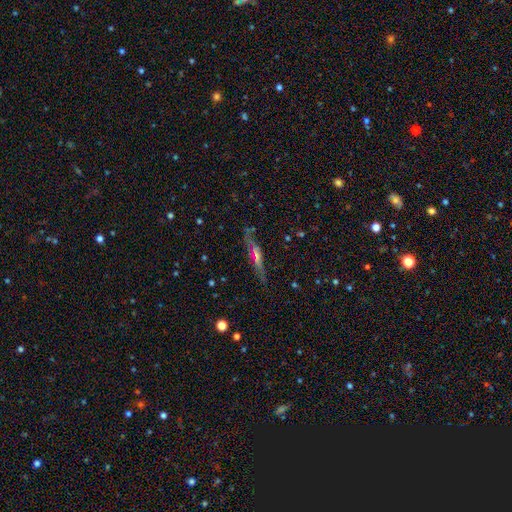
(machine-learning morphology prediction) Smooth or featured?
  - featured or disk: 59% *
  - smooth: 30%
  - star or artifact: 11%
Edge-on disk?
  - yes: 77% *
  - no: 23%
Merging?
  - none: 73% *
  - minor disturbance: 18%
  - major disturbance: 7%
  - merger: 3%